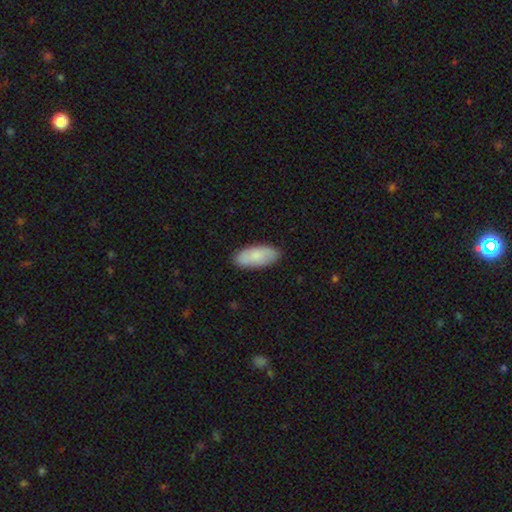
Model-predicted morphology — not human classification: A smooth galaxy with no disk features (81%) that is in between round and cigar-shaped (89%).

Vote fractions:
- Smooth or featured? smooth: 81% / featured or disk: 14% / star or artifact: 5%
- How rounded? in between: 89% / cigar-shaped: 9% / round: 2%
- Merging? none: 86% / minor disturbance: 11% / major disturbance: 2% / merger: 1%